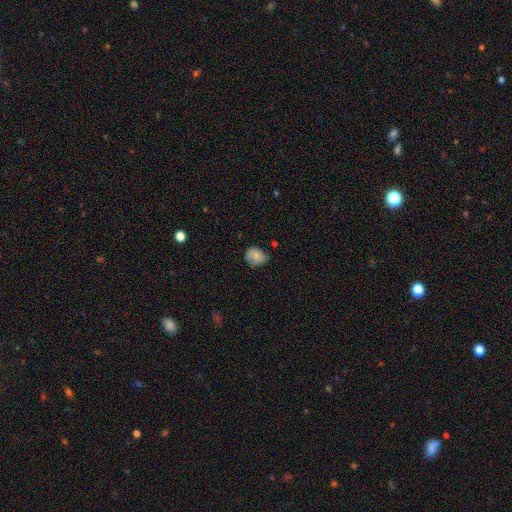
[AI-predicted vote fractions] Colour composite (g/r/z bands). It shows a smooth galaxy with no disk features (73%) that is round (52%). Merging: none (60%).